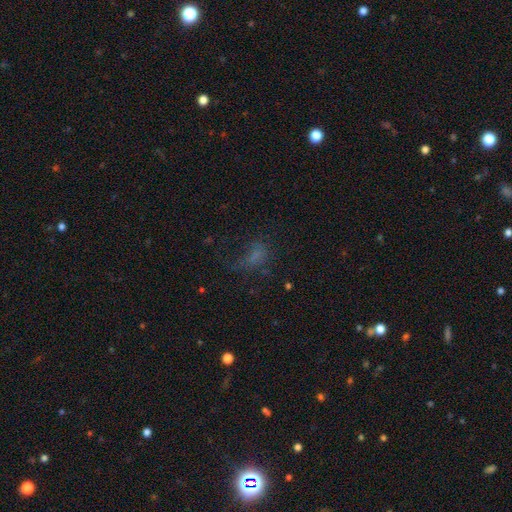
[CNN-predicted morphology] Smooth or featured? smooth (52%)
How rounded? in between (75%)
Merging? major disturbance (38%, tied with none)